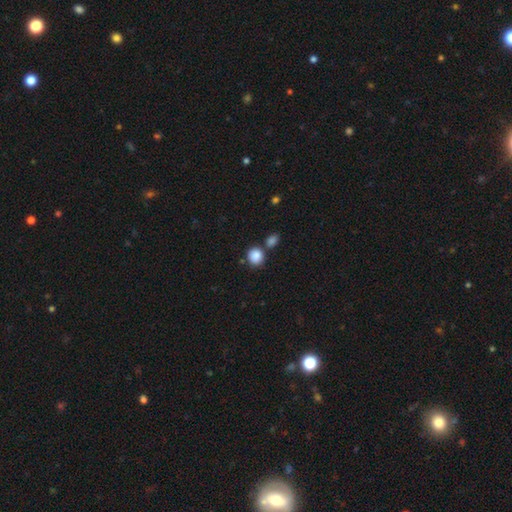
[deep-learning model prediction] Morphology: type=smooth (87%); roundness=round (77%); merging=none (66%).